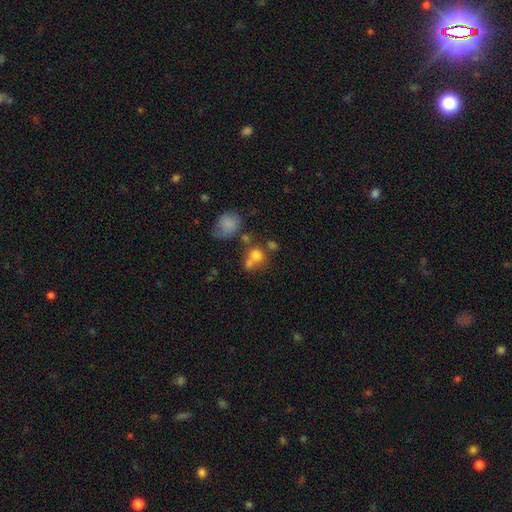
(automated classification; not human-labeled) Overall: smooth (73%). How rounded: round (75%). Merging: none (41%; merger 37%).